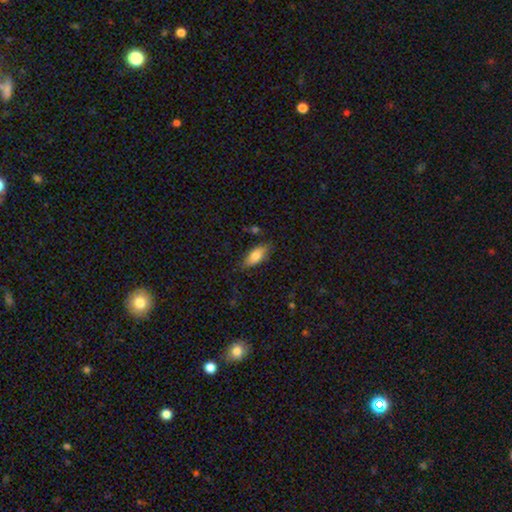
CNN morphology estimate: Overall: smooth (75%). How rounded: in between (81%). Merging: none (77%).